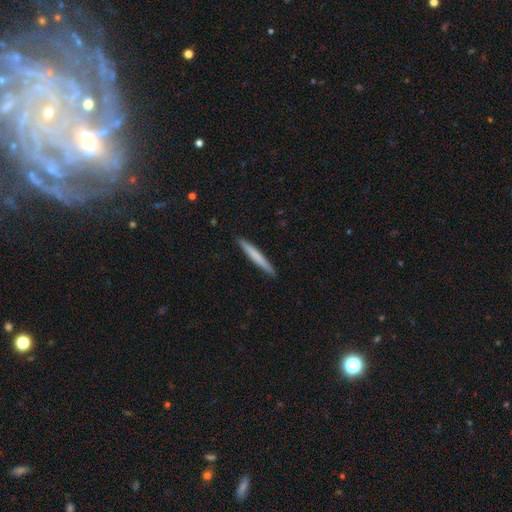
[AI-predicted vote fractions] Smooth or featured?
  - smooth: 68% *
  - featured or disk: 27%
  - star or artifact: 5%
How rounded?
  - cigar-shaped: 97% *
  - in between: 2%
  - round: 1%
Merging?
  - none: 92% *
  - minor disturbance: 6%
  - major disturbance: 1%
  - merger: 1%